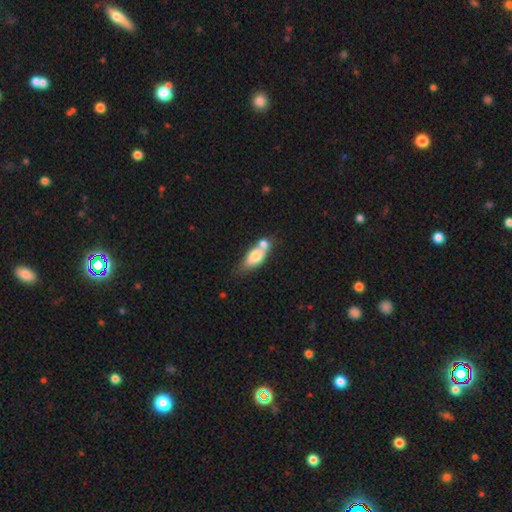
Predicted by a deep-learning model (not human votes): Q: Smooth or featured?
A: smooth (70%); runner-up: featured or disk (23%)
Q: How rounded?
A: in between (75%); runner-up: cigar-shaped (18%)
Q: Merging?
A: merger (47%); runner-up: none (34%)